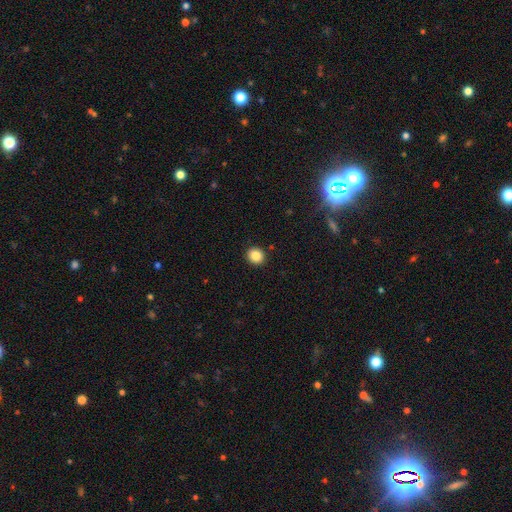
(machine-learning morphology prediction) Q: Smooth or featured?
A: smooth (85%); runner-up: star or artifact (10%)
Q: How rounded?
A: round (84%); runner-up: in between (15%)
Q: Merging?
A: none (92%); runner-up: minor disturbance (5%)